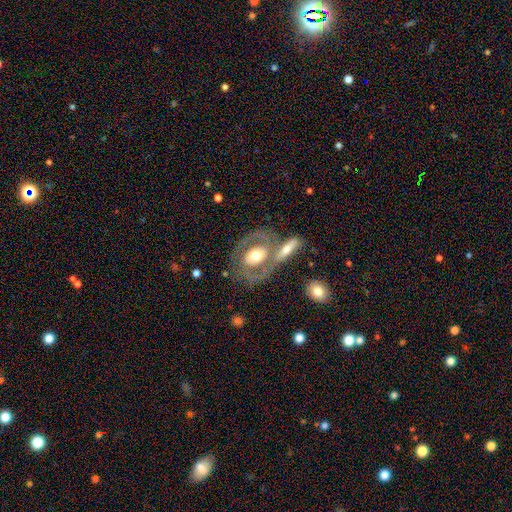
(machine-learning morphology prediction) This appears to be a featured or disk galaxy (67%) with no bar (63%), spiral arms (51%) and a moderate central bulge (63%). Merging: none (53%).